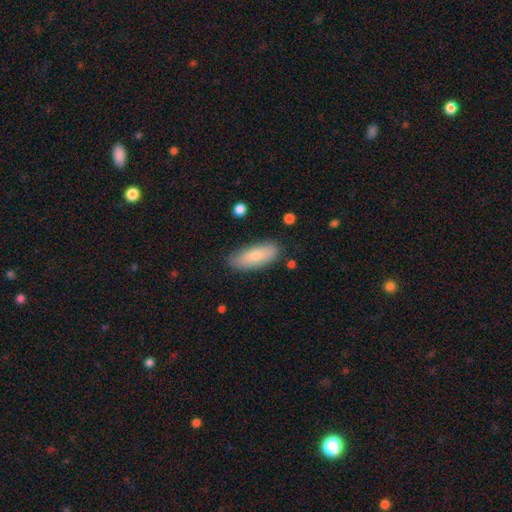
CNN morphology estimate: Q: Smooth or featured?
A: smooth (75%); runner-up: featured or disk (19%)
Q: How rounded?
A: in between (76%); runner-up: cigar-shaped (21%)
Q: Merging?
A: none (82%); runner-up: minor disturbance (14%)